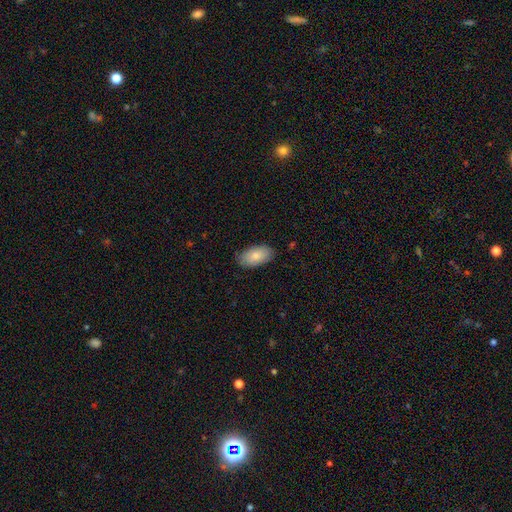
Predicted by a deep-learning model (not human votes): smooth 82%, featured or disk 12%, star or artifact 6%. Down the decision tree: how rounded — in between (95%); merging — none (82%).